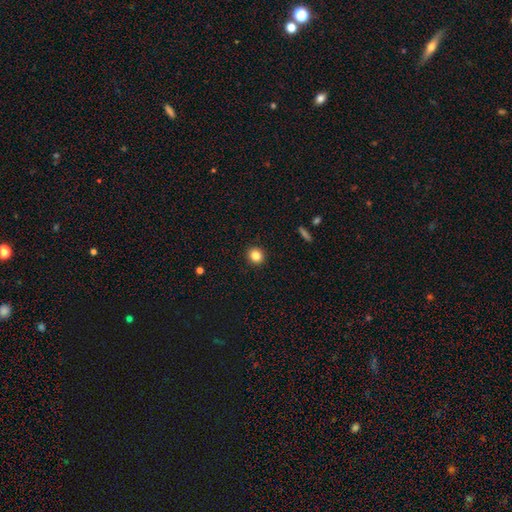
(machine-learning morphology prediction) type=smooth (84%); roundness=round (86%); merging=none (92%).